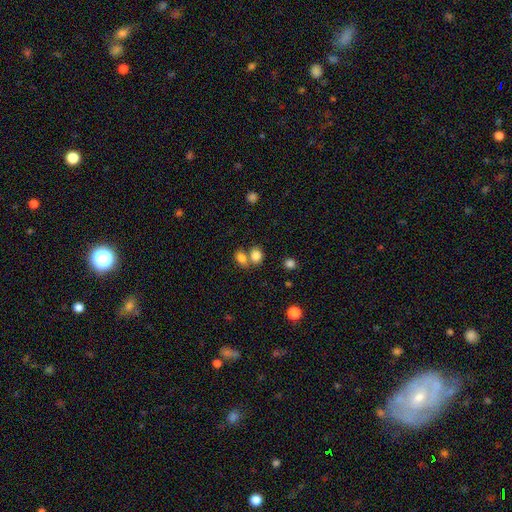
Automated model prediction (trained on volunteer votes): Smooth or featured? smooth (82%)
How rounded? in between (54%)
Merging? none (44%, tied with merger)